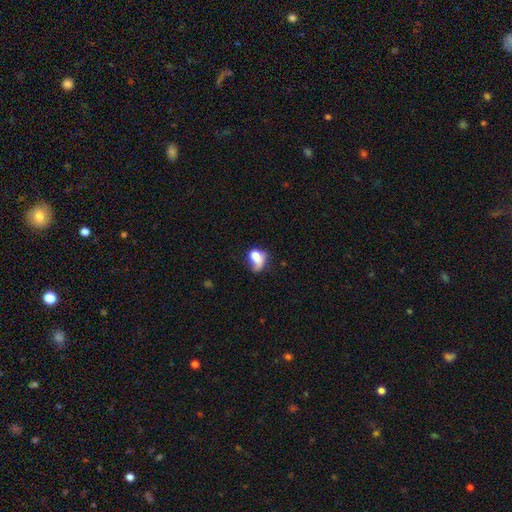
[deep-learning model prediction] Smooth or featured? Predicted: smooth (p=0.70). How rounded? Predicted: in between (p=0.72). Merging? Predicted: major disturbance (p=0.33).